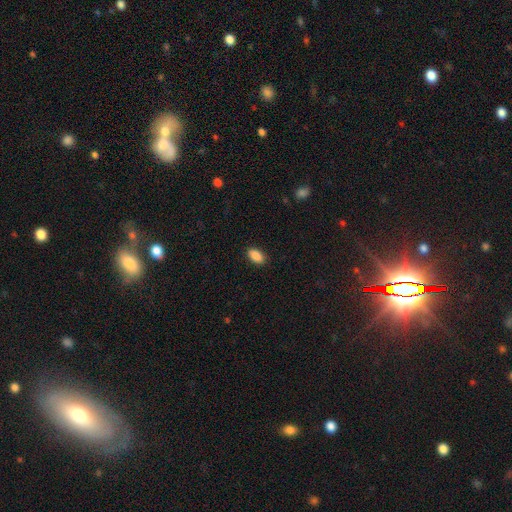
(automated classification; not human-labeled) Smooth or featured? smooth (89%)
How rounded? in between (93%)
Merging? none (89%)